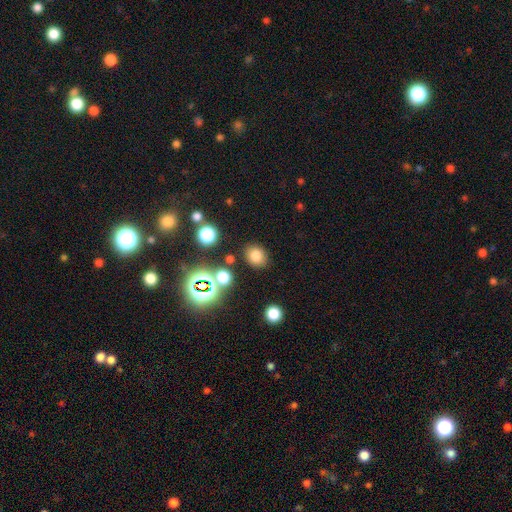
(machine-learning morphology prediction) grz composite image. It shows a smooth galaxy with no disk features (75%) that is round (60%). Merging: none (84%).